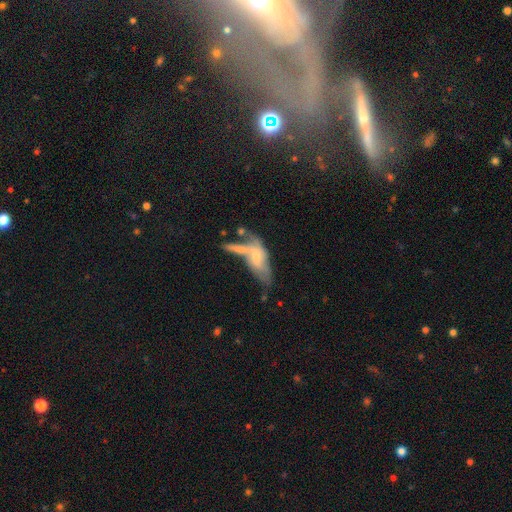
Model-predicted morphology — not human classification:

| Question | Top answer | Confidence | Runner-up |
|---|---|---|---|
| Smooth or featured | featured or disk | 51% | smooth (42%) |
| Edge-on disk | no | 78% | yes (22%) |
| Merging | merger | 43% | none (24%) |